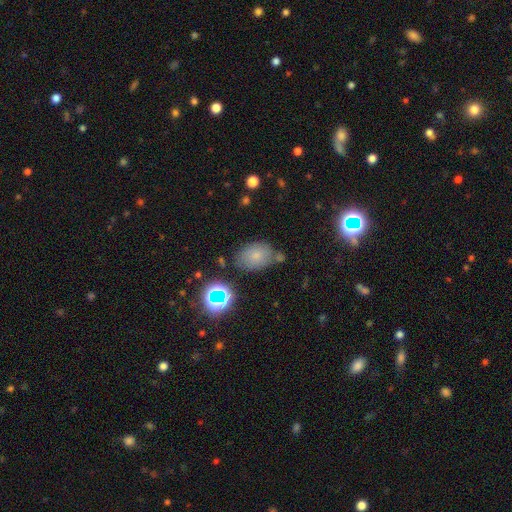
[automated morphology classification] Smooth or featured? smooth (71%)
How rounded? in between (78%)
Merging? none (65%)